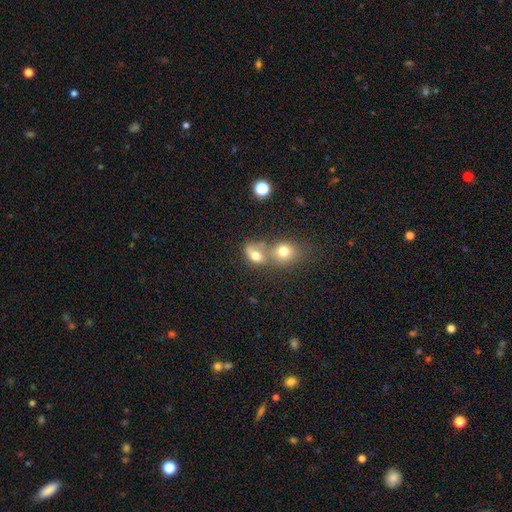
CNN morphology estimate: A smooth galaxy with no disk features (71%) that is in between round and cigar-shaped (55%). Merging: merger (54%).